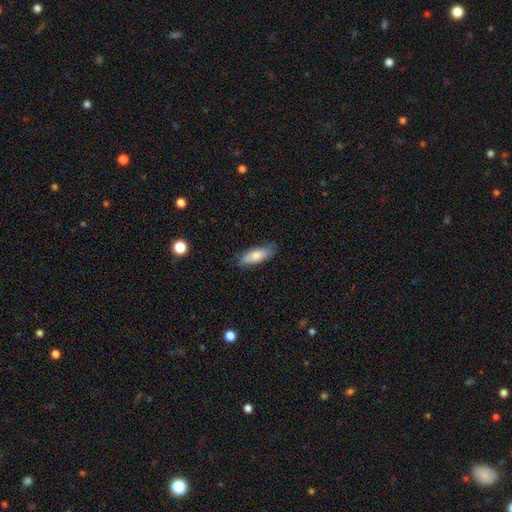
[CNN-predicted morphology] Smooth or featured: smooth — 79% (featured or disk — 15%)
How rounded: in between — 61% (cigar-shaped — 37%)
Merging: none — 78% (minor disturbance — 18%)